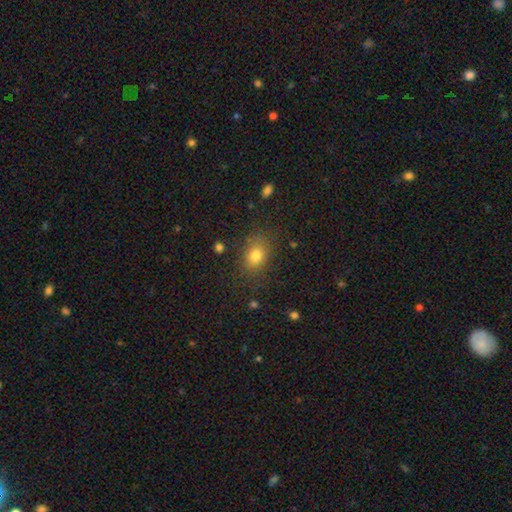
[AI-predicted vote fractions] Morphology: type=smooth (78%); roundness=in between (66%); merging=none (80%).